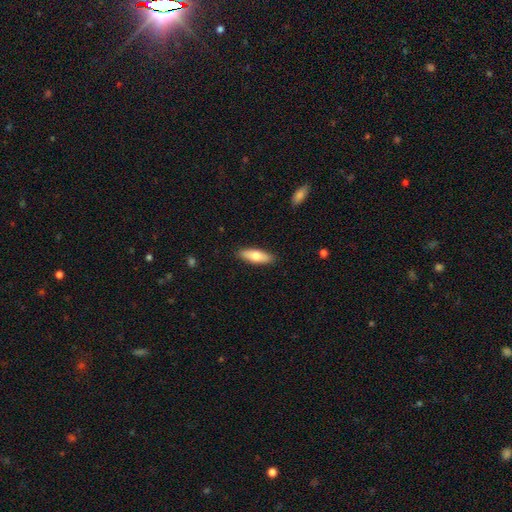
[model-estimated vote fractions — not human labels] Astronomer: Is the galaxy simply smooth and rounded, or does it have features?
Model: smooth — 71%.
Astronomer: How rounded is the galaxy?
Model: in between — 56% (runner-up: cigar-shaped, 42%).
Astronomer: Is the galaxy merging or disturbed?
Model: none — 90%.